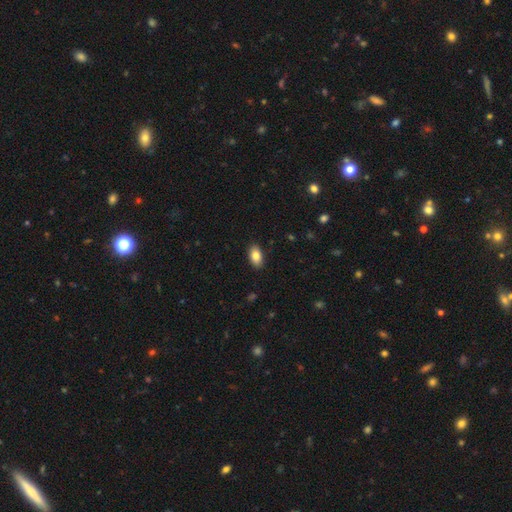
smooth 76%, featured or disk 16%, star or artifact 8%. Down the decision tree: how rounded — in between (86%); merging — none (66%).